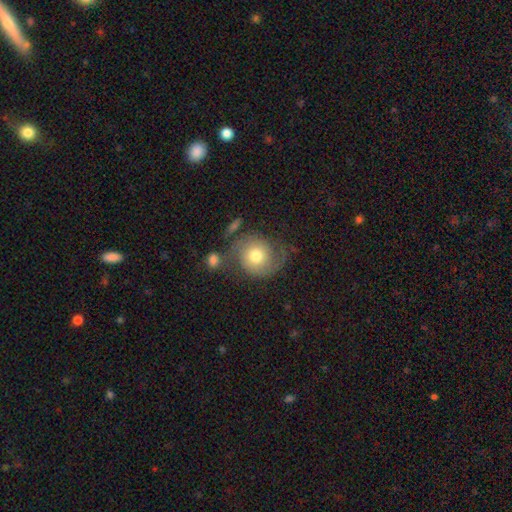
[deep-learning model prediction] Q: Smooth or featured?
A: featured or disk (55%); runner-up: smooth (36%)
Q: Edge-on disk?
A: no (97%); runner-up: yes (3%)
Q: Bar?
A: no (78%); runner-up: weak (19%)
Q: Spiral arms?
A: yes (86%); runner-up: no (14%)
Q: Bulge size?
A: moderate (70%); runner-up: small (14%)
Q: Merging?
A: none (55%); runner-up: minor disturbance (19%)